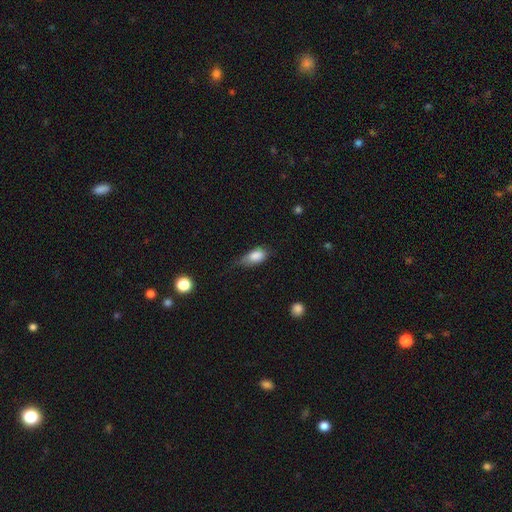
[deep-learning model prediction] Morphology: type=smooth (83%); roundness=in between (88%); merging=minor disturbance (44%).